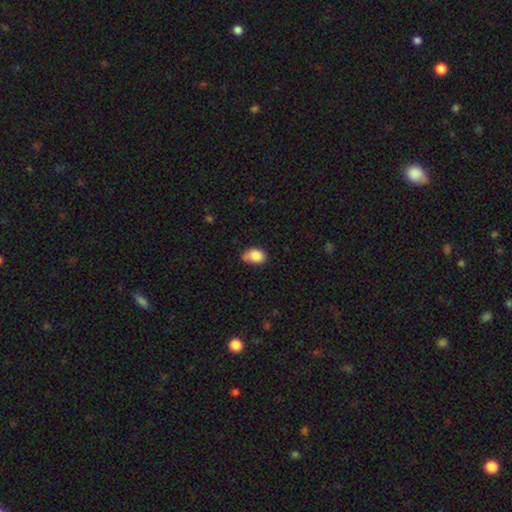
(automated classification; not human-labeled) smooth-or-featured: smooth: 86% | star or artifact: 8% | featured or disk: 6%
  how-rounded: in between: 77% | round: 22% | cigar-shaped: 1%
  merging: none: 55% | minor disturbance: 35% | major disturbance: 6% | merger: 3%